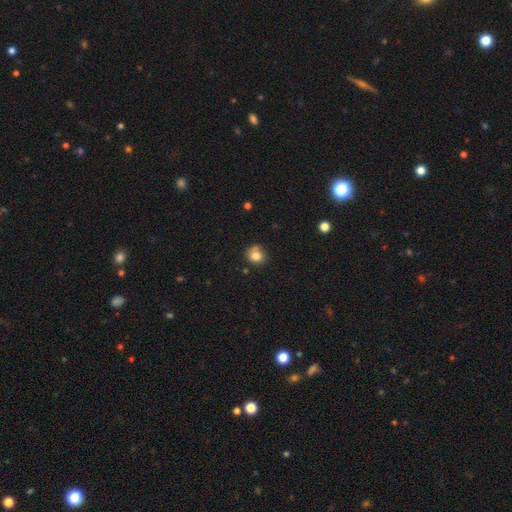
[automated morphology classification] This appears to be a smooth galaxy with no disk features (80%) that is round (79%). Merging: none (67%).